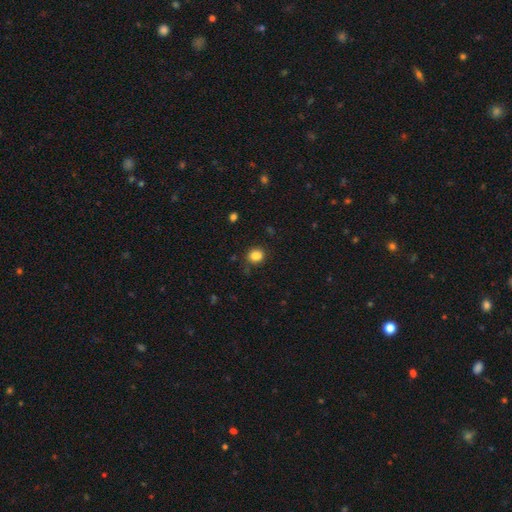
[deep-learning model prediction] Overall: smooth (85%). How rounded: round (73%). Merging: none (82%).